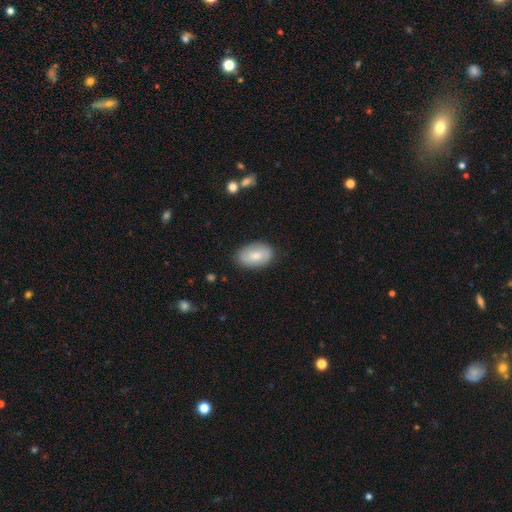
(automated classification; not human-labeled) Q: Smooth or featured?
A: smooth (74%); runner-up: featured or disk (20%)
Q: How rounded?
A: in between (91%); runner-up: round (8%)
Q: Merging?
A: none (81%); runner-up: minor disturbance (14%)